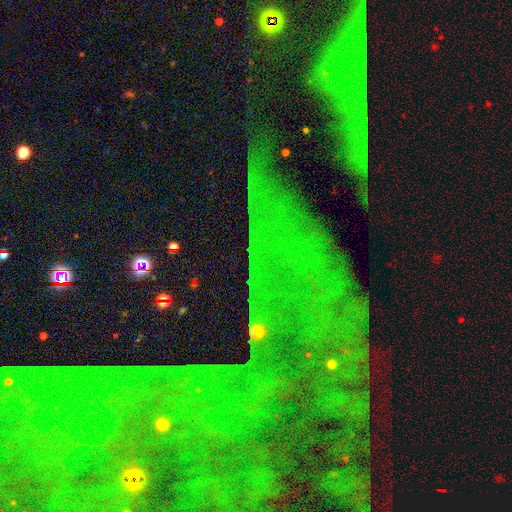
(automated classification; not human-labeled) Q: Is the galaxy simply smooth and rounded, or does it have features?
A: star or artifact — 79%.